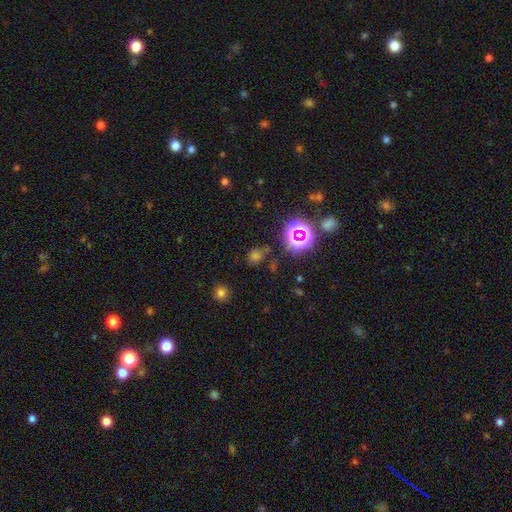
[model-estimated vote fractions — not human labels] smooth-or-featured: smooth: 46% | star or artifact: 45% | featured or disk: 9%
  merging: none: 71% | minor disturbance: 16% | major disturbance: 8% | merger: 5%